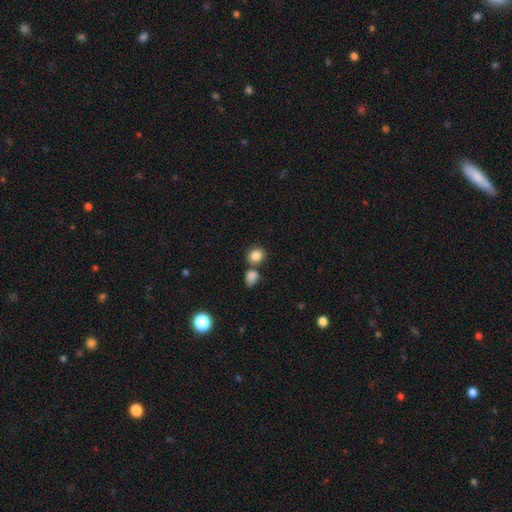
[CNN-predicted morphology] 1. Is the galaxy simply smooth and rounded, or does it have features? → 85% smooth, 10% star or artifact, 5% featured or disk.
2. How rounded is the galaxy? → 72% round, 27% in between, 1% cigar-shaped.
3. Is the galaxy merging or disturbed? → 64% none, 23% merger, 10% minor disturbance, 3% major disturbance.